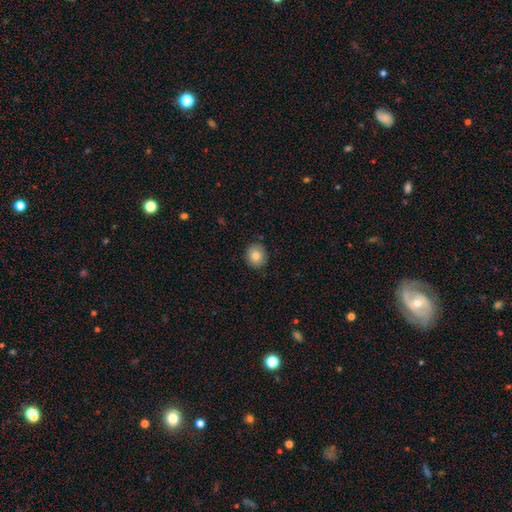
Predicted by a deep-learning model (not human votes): Smooth or featured?
  - smooth: 82% *
  - star or artifact: 9%
  - featured or disk: 9%
How rounded?
  - round: 86% *
  - in between: 13%
  - cigar-shaped: 1%
Merging?
  - none: 88% *
  - minor disturbance: 9%
  - major disturbance: 2%
  - merger: 1%